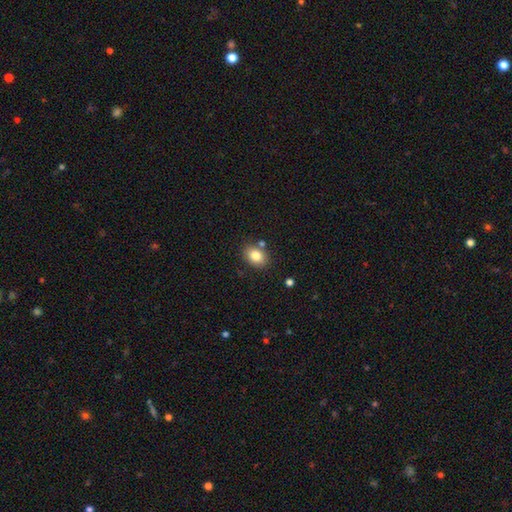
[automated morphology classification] This is clearly a smooth galaxy (83%). How rounded: likely in between (71%). Merging: likely none (79%).